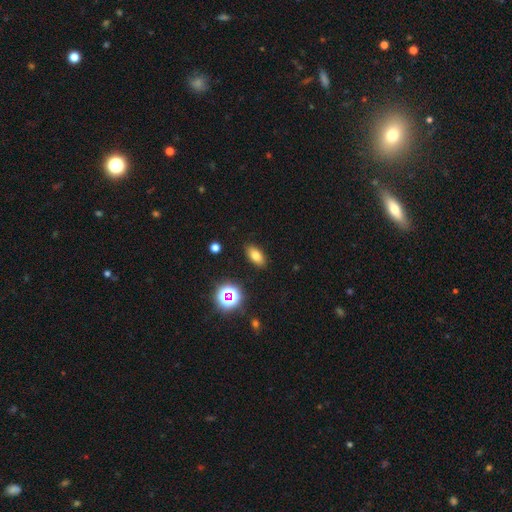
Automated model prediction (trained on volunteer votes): smooth-or-featured: smooth: 74% | star or artifact: 15% | featured or disk: 11%
  how-rounded: in between: 85% | cigar-shaped: 8% | round: 7%
  merging: none: 88% | minor disturbance: 8% | major disturbance: 2% | merger: 1%